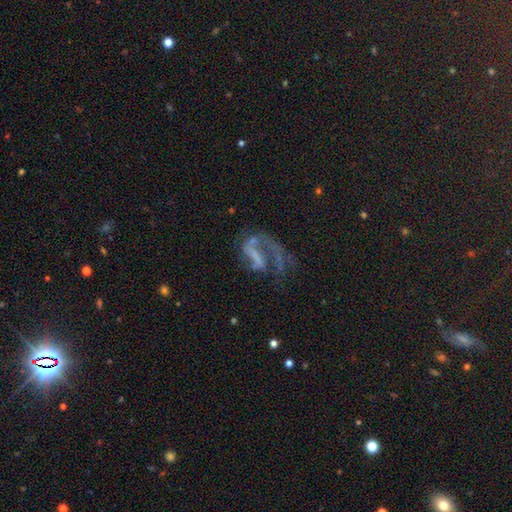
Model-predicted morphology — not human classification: This is likely a featured or disk galaxy (72%). It is clearly not viewed edge-on (96%). Bar: marginally no (35%). Spiral arm pattern: likely yes (73%). Spiral arm count: possibly 1 (59%). Spiral winding: possibly loose (52%). Central bulge: likely none (60%). Merging: possibly major disturbance (48%).